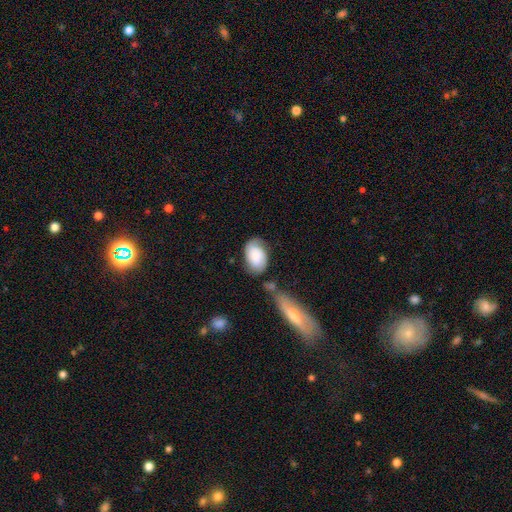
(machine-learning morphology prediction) A smooth galaxy with no disk features (71%) that is in between round and cigar-shaped (89%).

Vote fractions:
- Smooth or featured? smooth: 71% / featured or disk: 22% / star or artifact: 7%
- How rounded? in between: 89% / round: 10% / cigar-shaped: 1%
- Merging? none: 56% / minor disturbance: 23% / merger: 13% / major disturbance: 8%